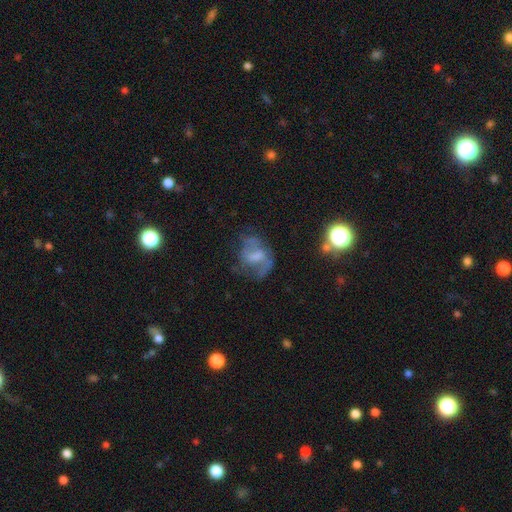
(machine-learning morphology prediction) type=featured or disk (55%); edge-on=no (97%); bar=weak (44%); spiral arms=yes (57%); bulge=moderate (32%, tied with none); merging=none (44%).